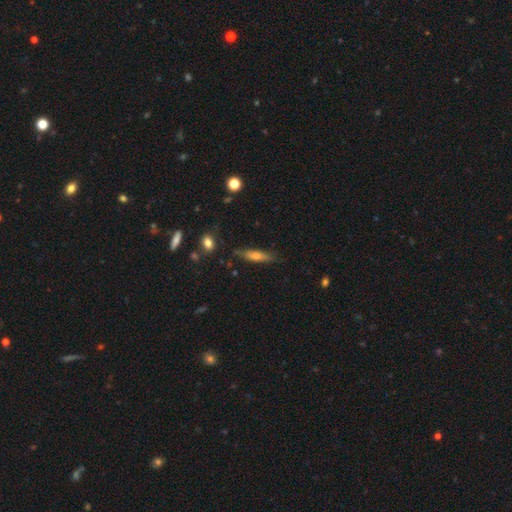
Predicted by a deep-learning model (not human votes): Q: Smooth or featured?
A: smooth (46%); runner-up: featured or disk (41%)
Q: Merging?
A: none (82%); runner-up: minor disturbance (13%)